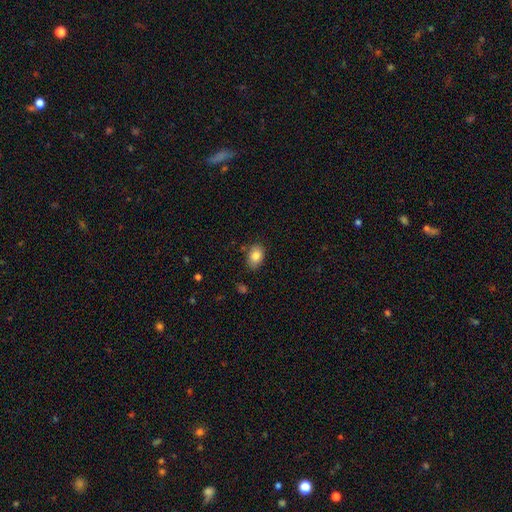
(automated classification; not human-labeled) Overall: smooth (84%). How rounded: in between (81%). Merging: none (80%).